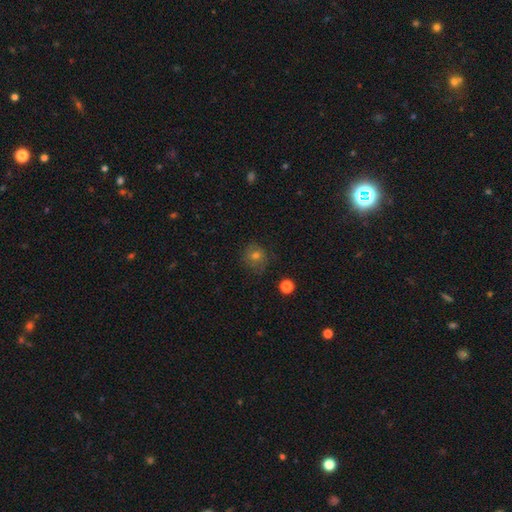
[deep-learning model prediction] This is likely a smooth galaxy (64%). How rounded: clearly round (86%). Merging: likely none (79%).